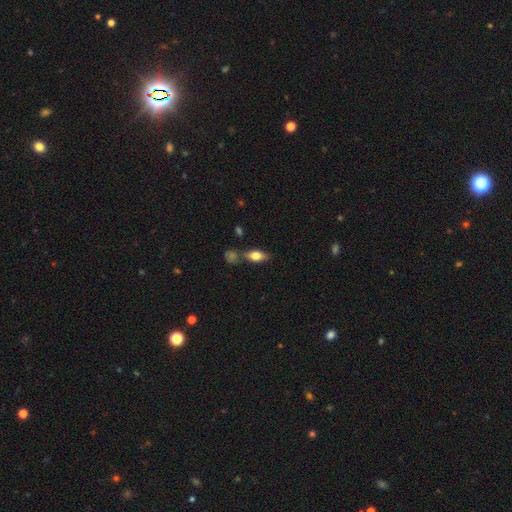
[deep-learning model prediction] Smooth or featured: smooth — 70% (featured or disk — 22%)
How rounded: in between — 80% (cigar-shaped — 15%)
Merging: none — 70% (minor disturbance — 14%)